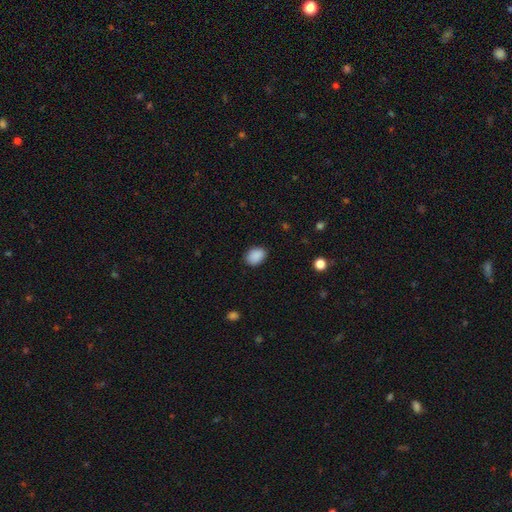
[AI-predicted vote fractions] Smooth or featured? Predicted: smooth (p=0.89). How rounded? Predicted: in between (p=0.68). Merging? Predicted: none (p=0.86).